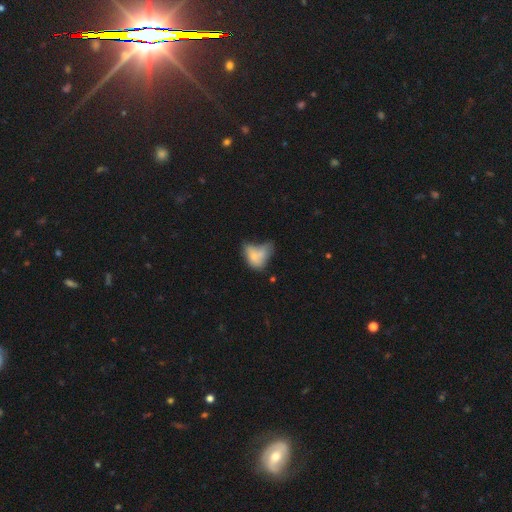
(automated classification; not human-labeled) Smooth or featured?
  - smooth: 67% *
  - featured or disk: 22%
  - star or artifact: 11%
How rounded?
  - in between: 81% *
  - round: 17%
  - cigar-shaped: 3%
Merging?
  - merger: 38% *
  - major disturbance: 23%
  - minor disturbance: 20%
  - none: 19%